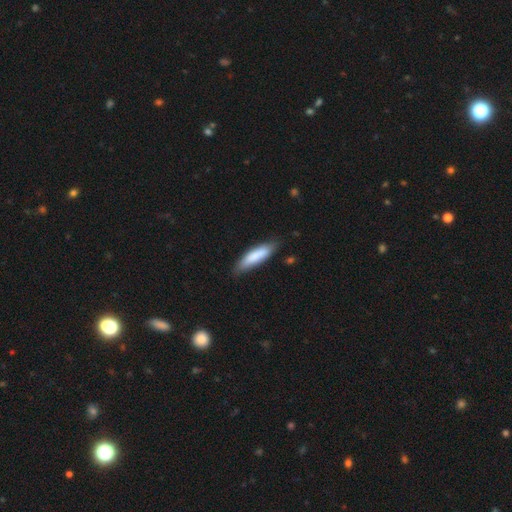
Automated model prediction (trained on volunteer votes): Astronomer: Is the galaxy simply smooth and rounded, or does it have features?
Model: smooth — 82%.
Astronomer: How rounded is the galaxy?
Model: cigar-shaped — 66%.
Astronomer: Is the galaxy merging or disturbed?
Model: none — 78%.